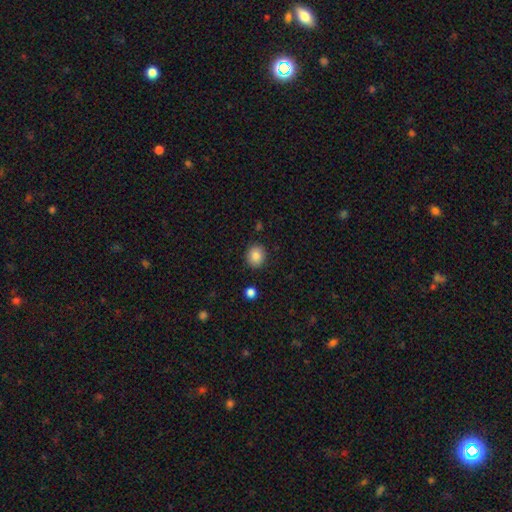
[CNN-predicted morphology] This appears to be a smooth galaxy with no disk features (86%) that is round (77%). Merging: none (89%).